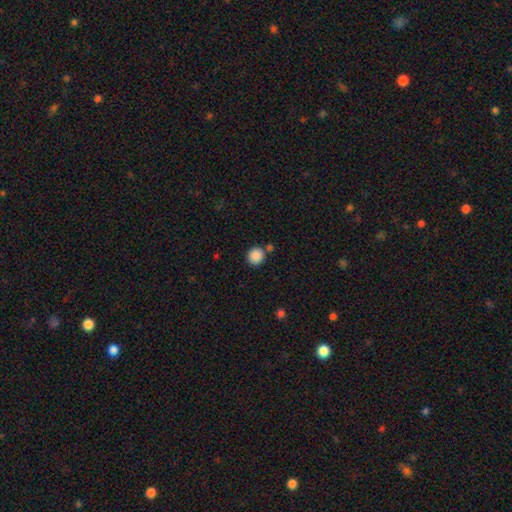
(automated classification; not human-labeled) Morphology: type=smooth (88%); roundness=round (92%); merging=none (78%).